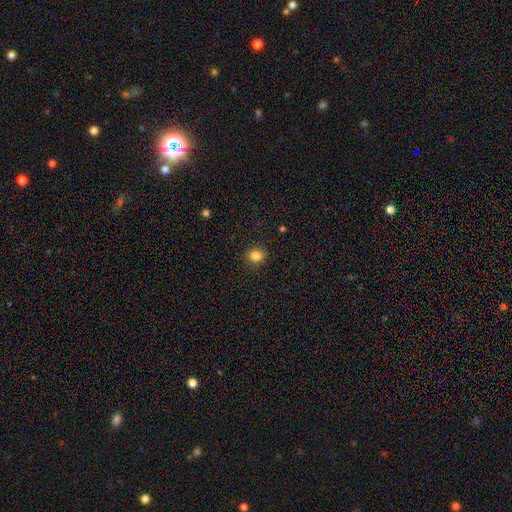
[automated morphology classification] Overall: smooth (84%). How rounded: round (66%; in between 33%). Merging: none (89%).